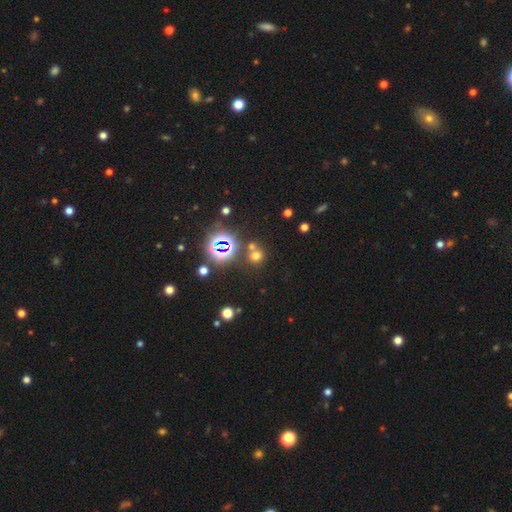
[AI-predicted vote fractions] Smooth or featured?
  - smooth: 55% *
  - star or artifact: 37%
  - featured or disk: 8%
How rounded?
  - round: 88% *
  - in between: 11%
  - cigar-shaped: 1%
Merging?
  - none: 69% *
  - merger: 19%
  - minor disturbance: 8%
  - major disturbance: 4%